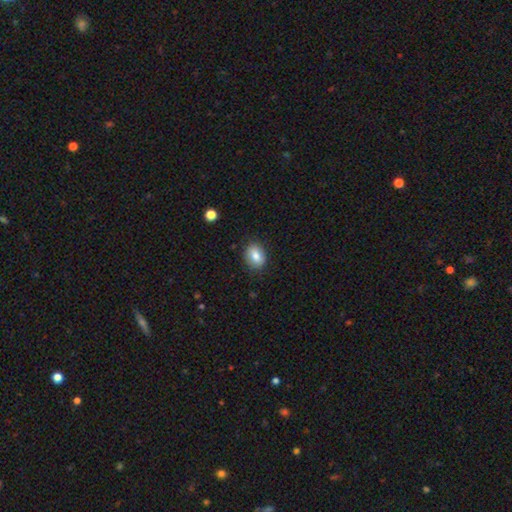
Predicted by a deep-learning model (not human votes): smooth 80%, featured or disk 12%, star or artifact 8%. Down the decision tree: how rounded — in between (72%); merging — none (83%).